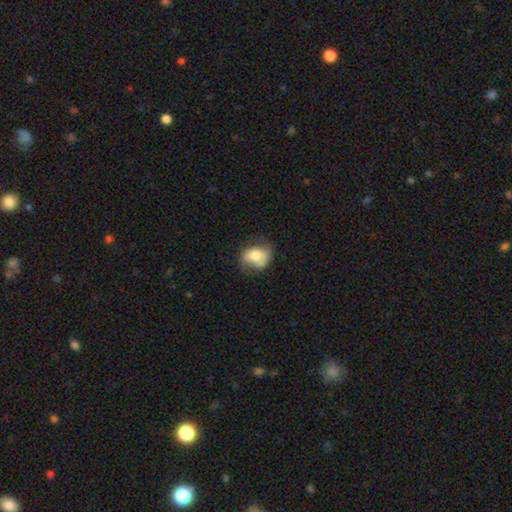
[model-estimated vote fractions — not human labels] This is likely a smooth galaxy (64%). How rounded: likely in between (65%). Merging: possibly none (49%).